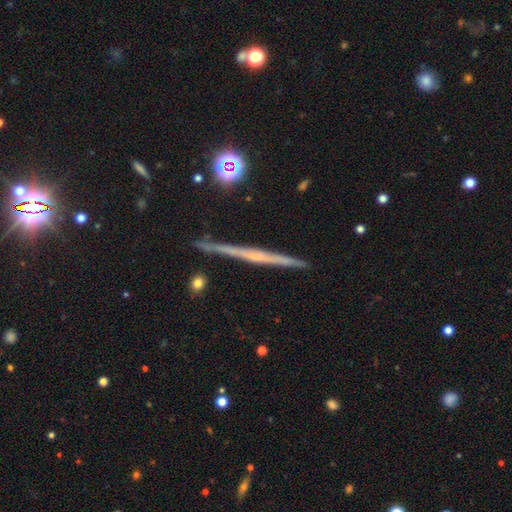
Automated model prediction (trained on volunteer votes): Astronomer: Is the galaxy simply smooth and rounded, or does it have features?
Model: featured or disk — 73%.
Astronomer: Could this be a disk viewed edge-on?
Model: yes — 98%.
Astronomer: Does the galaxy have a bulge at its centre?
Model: none — 66%.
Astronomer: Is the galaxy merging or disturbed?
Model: none — 90%.